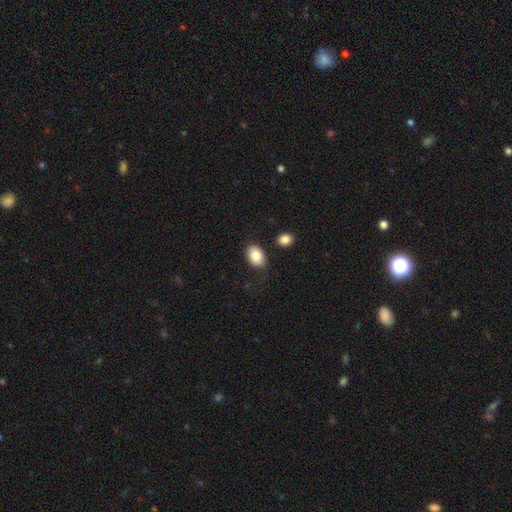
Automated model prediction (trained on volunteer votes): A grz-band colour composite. It shows a smooth galaxy with no disk features (85%) that is in between round and cigar-shaped (81%). Merging: none (77%).